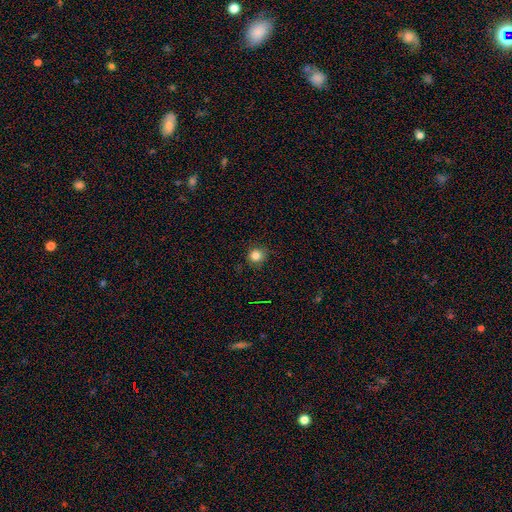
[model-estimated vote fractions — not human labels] A smooth galaxy with no disk features (82%) that is round (92%). Merging: none (87%).